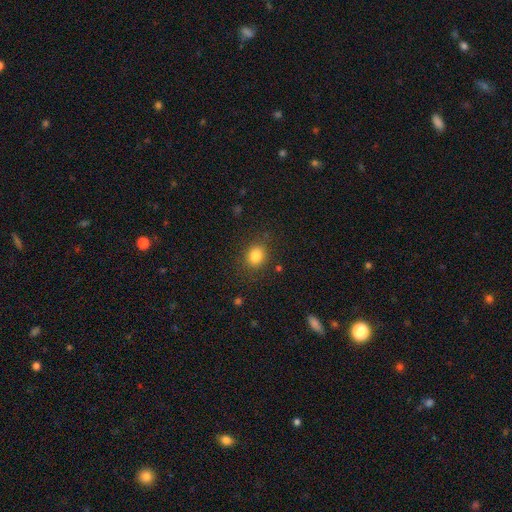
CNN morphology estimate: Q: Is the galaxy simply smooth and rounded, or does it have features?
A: smooth — 83%.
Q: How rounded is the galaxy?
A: round — 61%.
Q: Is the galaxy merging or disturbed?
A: none — 83%.